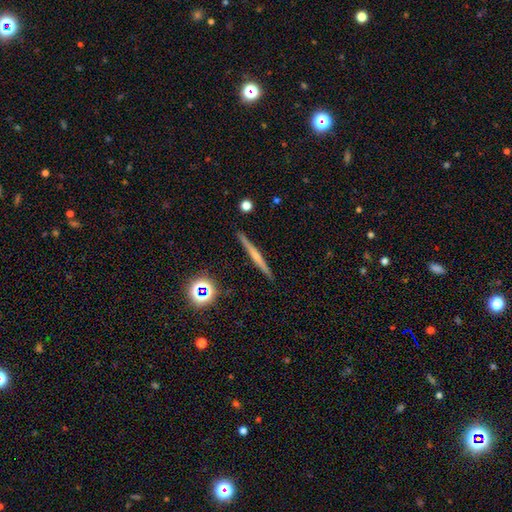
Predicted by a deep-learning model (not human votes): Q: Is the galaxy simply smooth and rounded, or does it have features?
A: featured or disk — 58%.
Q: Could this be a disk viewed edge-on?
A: yes — 97%.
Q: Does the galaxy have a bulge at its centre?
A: rounded — 48%.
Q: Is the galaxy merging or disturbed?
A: none — 91%.